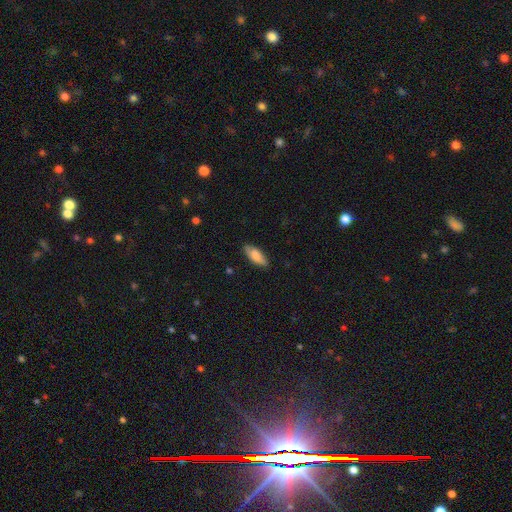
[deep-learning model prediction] Smooth or featured? smooth (82%)
How rounded? in between (76%)
Merging? none (83%)